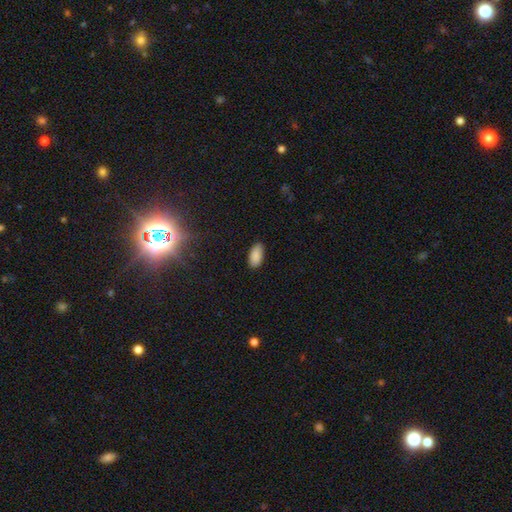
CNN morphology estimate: smooth-or-featured: smooth: 89% | star or artifact: 8% | featured or disk: 4%
  how-rounded: in between: 92% | cigar-shaped: 6% | round: 2%
  merging: none: 87% | minor disturbance: 10% | major disturbance: 2% | merger: 1%